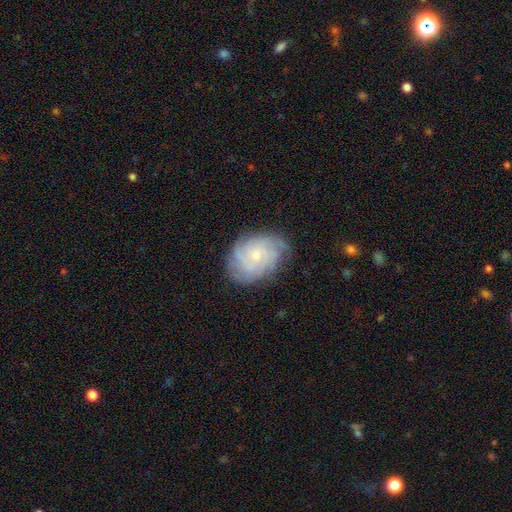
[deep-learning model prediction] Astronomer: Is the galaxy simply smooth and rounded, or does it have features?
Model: featured or disk — 71%.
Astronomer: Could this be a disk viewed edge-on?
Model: no — 97%.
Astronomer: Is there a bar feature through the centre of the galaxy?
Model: no — 79%.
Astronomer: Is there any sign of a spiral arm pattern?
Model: yes — 93%.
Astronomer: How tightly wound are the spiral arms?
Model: tight — 64%.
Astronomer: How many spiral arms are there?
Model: can't tell — 37% (runner-up: 4, 23%).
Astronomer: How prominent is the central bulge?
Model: small — 74%.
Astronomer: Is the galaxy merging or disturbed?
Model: none — 73%.